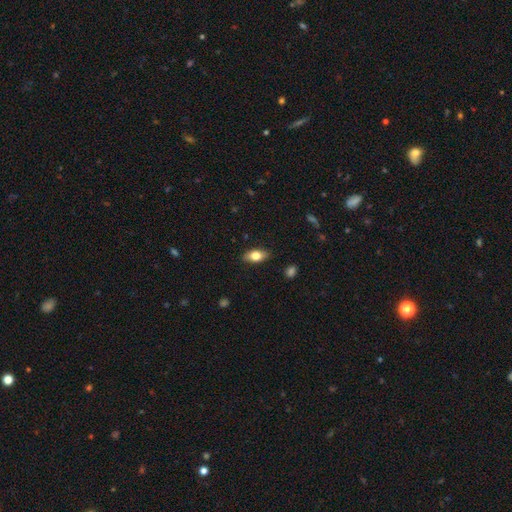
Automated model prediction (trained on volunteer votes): Morphology: type=smooth (77%); roundness=in between (87%); merging=none (87%).